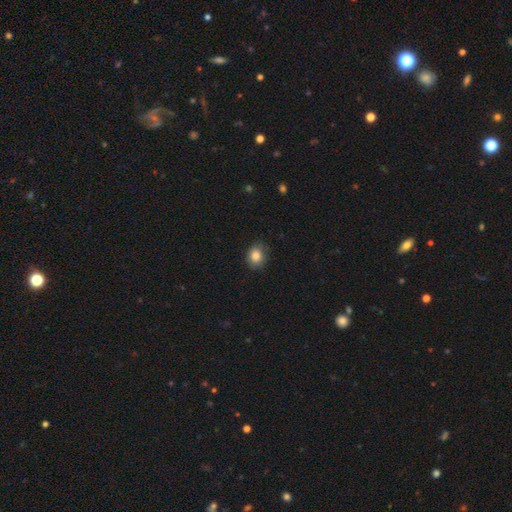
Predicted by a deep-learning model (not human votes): smooth 85%, star or artifact 9%, featured or disk 6%. Down the decision tree: how rounded — round (61%); merging — none (81%).